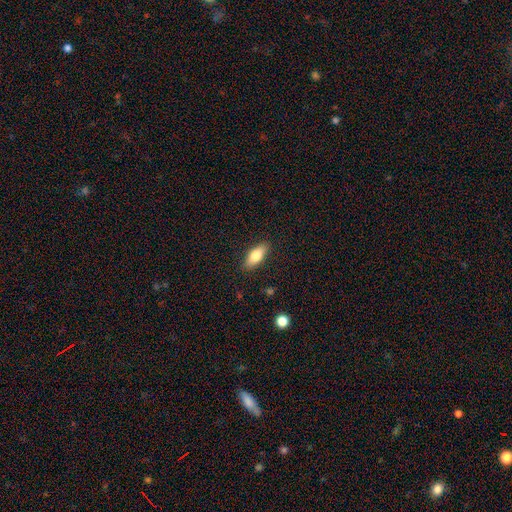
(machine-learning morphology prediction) smooth 74%, featured or disk 19%, star or artifact 7%. Down the decision tree: how rounded — in between (78%); merging — none (87%).